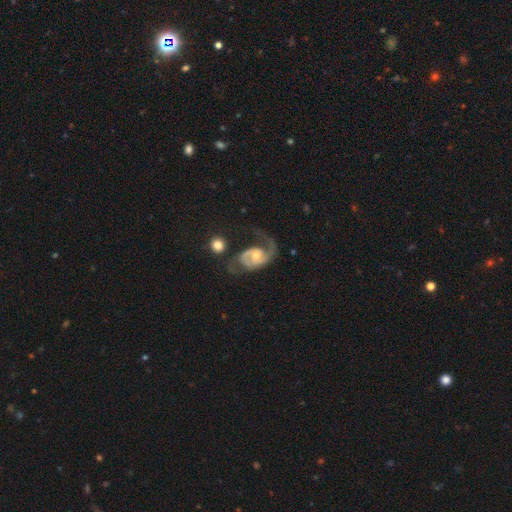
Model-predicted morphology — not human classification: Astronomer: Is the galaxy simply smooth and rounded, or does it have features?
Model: featured or disk — 87%.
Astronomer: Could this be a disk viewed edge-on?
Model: no — 97%.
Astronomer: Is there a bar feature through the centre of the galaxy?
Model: no — 60%.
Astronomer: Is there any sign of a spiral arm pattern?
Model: yes — 96%.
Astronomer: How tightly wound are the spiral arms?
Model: medium — 47% (runner-up: loose, 29%).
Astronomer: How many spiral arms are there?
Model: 2 — 65%.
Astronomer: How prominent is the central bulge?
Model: moderate — 60%.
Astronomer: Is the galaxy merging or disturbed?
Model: none — 42% (runner-up: major disturbance, 32%).